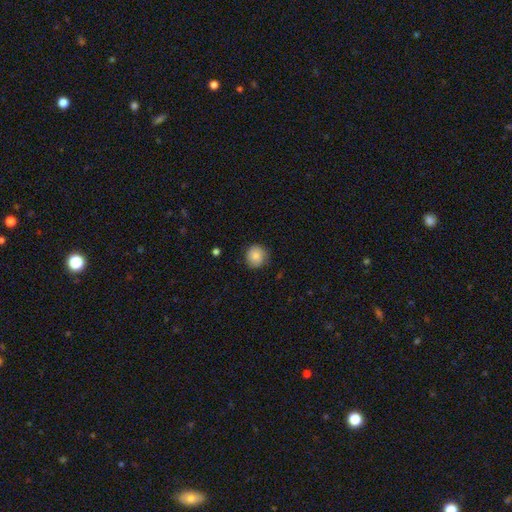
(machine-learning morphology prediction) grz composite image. It shows a smooth galaxy with no disk features (84%) that is round (90%). Merging: none (83%).